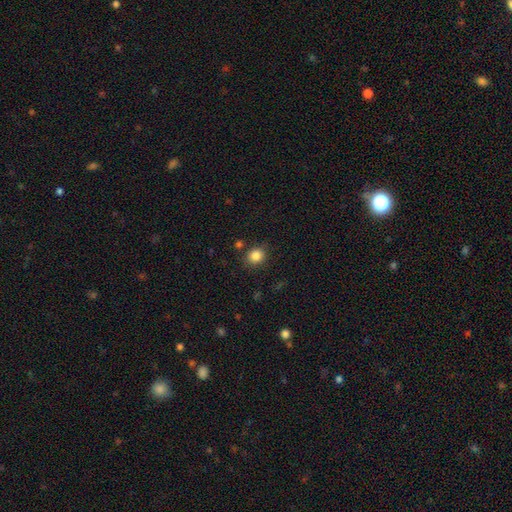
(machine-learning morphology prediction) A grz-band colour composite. It shows a smooth galaxy with no disk features (84%) that is round (77%). Merging: none (83%).